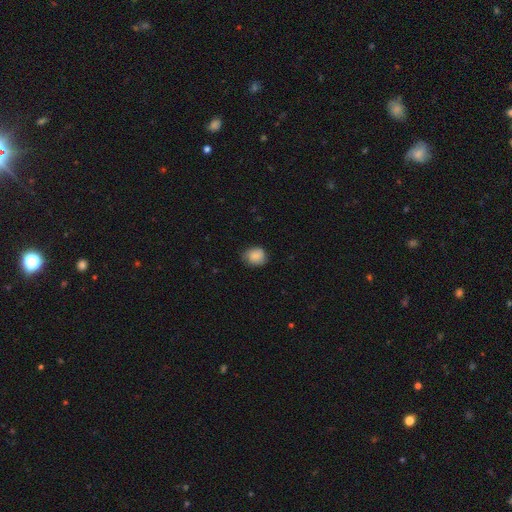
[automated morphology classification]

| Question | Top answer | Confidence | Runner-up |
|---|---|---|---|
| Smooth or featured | smooth | 84% | featured or disk (8%) |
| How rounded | round | 70% | in between (29%) |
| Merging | none | 72% | minor disturbance (22%) |